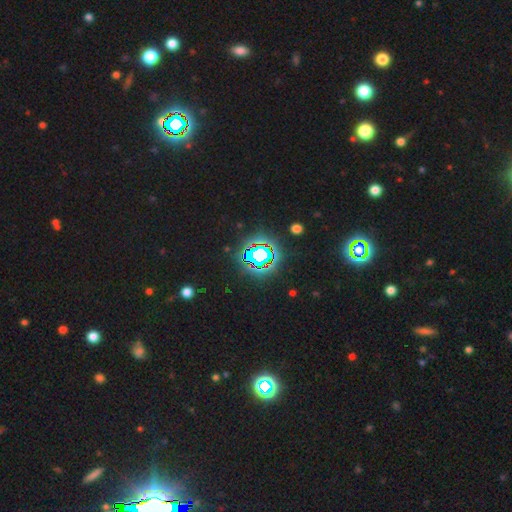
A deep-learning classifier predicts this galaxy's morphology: Overall: star or artifact (76%).